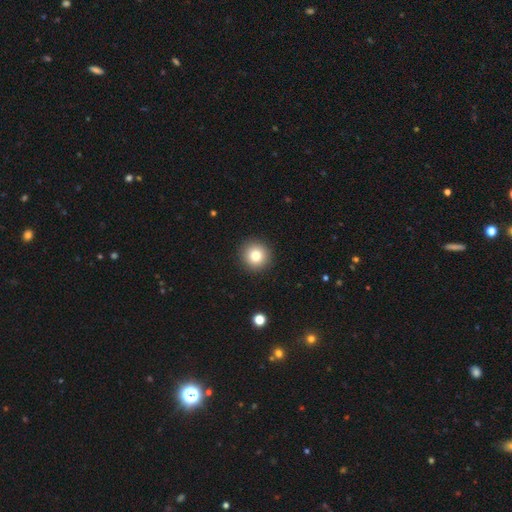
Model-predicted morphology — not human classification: smooth_or_featured: smooth (p=0.81) [alt: star or artifact p=0.11]
how_rounded: round (p=0.95) [alt: in between p=0.05]
merging: none (p=0.92) [alt: minor disturbance p=0.05]